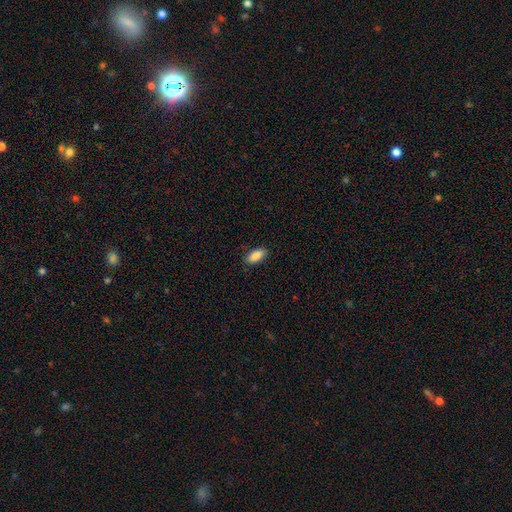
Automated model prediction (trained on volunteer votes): Morphology: type=smooth (87%); roundness=in between (88%); merging=none (85%).